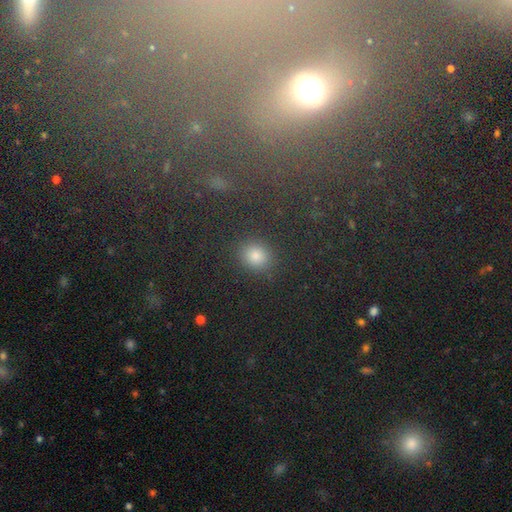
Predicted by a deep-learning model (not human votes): This is likely a smooth galaxy (76%). How rounded: likely round (66%). Merging: clearly none (81%).